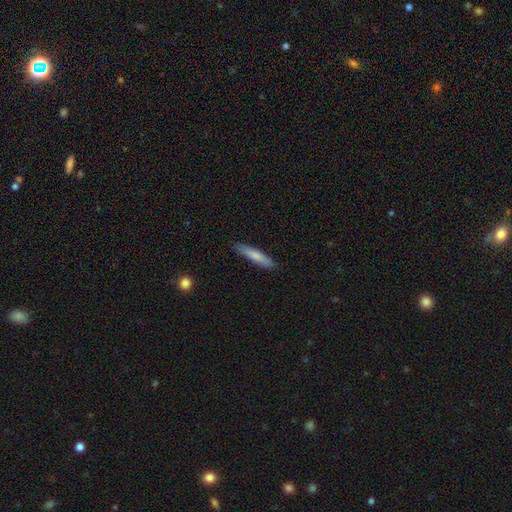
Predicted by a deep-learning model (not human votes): Morphology: type=smooth (75%); roundness=cigar-shaped (90%); merging=none (88%).